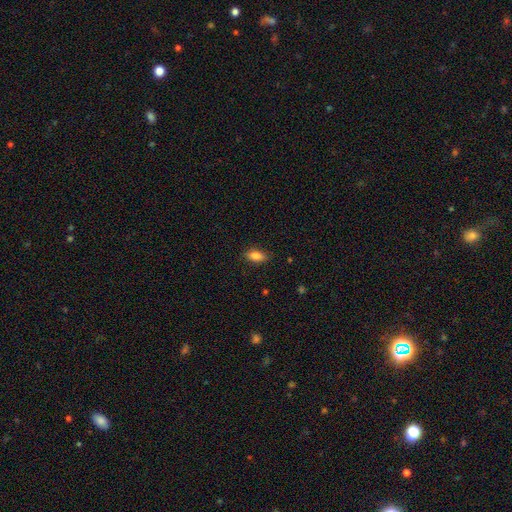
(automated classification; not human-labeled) Overall: smooth (84%). How rounded: in between (86%). Merging: none (84%).